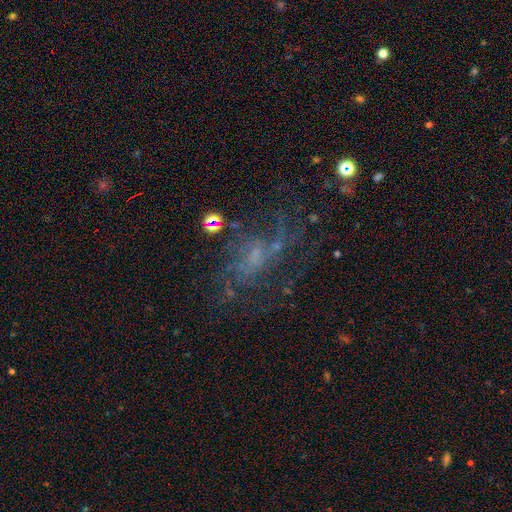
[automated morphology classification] Smooth or featured? featured or disk (67%)
Edge-on disk? no (96%)
Bar? no (60%)
Spiral arms? yes (78%)
Spiral winding? medium (41%)
Spiral arm count? can't tell (46%)
Bulge size? small (48%)
Merging? none (53%)